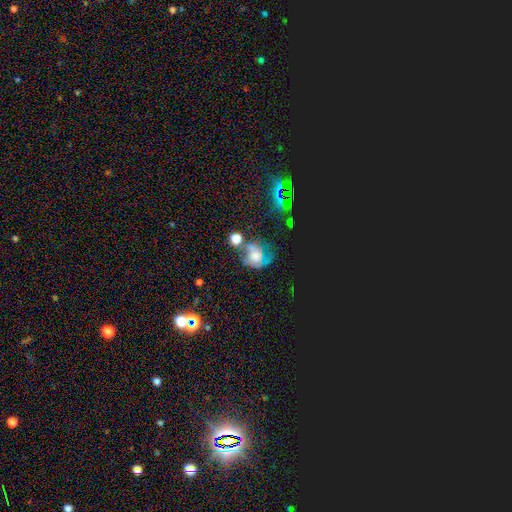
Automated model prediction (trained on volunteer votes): Overall: featured or disk (48%; smooth 30%). Merging: none (34%; major disturbance 26%).